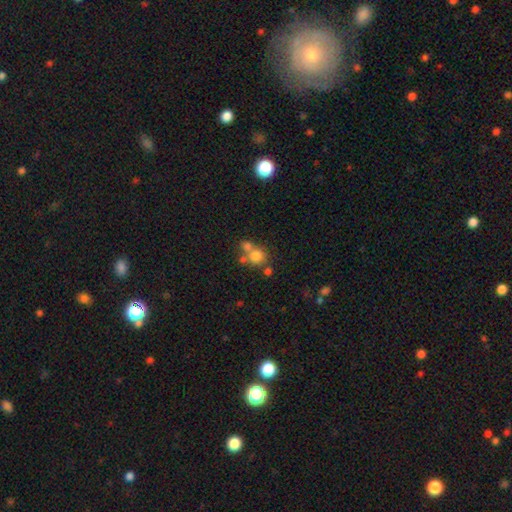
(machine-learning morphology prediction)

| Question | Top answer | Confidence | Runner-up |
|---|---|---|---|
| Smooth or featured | smooth | 72% | star or artifact (15%) |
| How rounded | round | 86% | in between (13%) |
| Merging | none | 48% | merger (40%) |